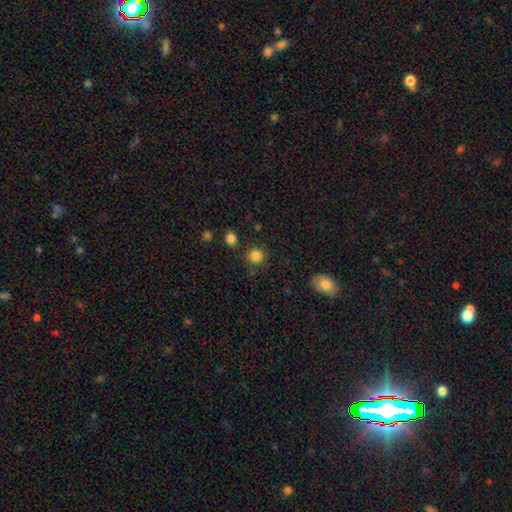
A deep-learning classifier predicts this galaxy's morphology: smooth_or_featured: smooth (p=0.85) [alt: star or artifact p=0.11]
how_rounded: round (p=0.90) [alt: in between p=0.09]
merging: none (p=0.84) [alt: minor disturbance p=0.08]